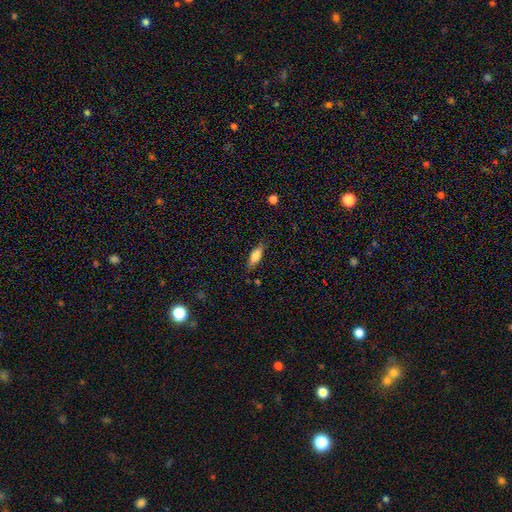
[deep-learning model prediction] Smooth or featured? smooth (76%)
How rounded? in between (67%)
Merging? none (81%)